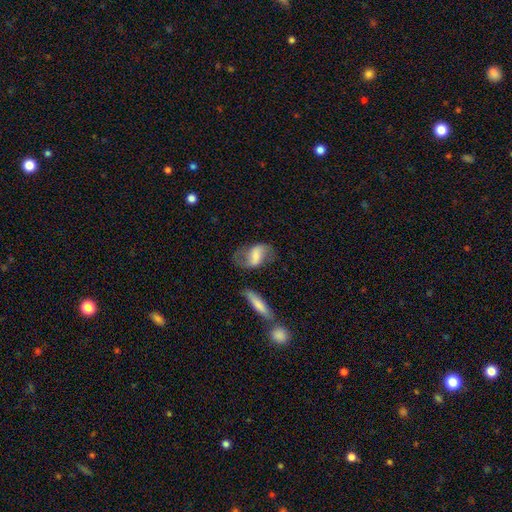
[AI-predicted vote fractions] Smooth or featured? featured or disk (53%)
Edge-on disk? no (92%)
Merging? none (59%)